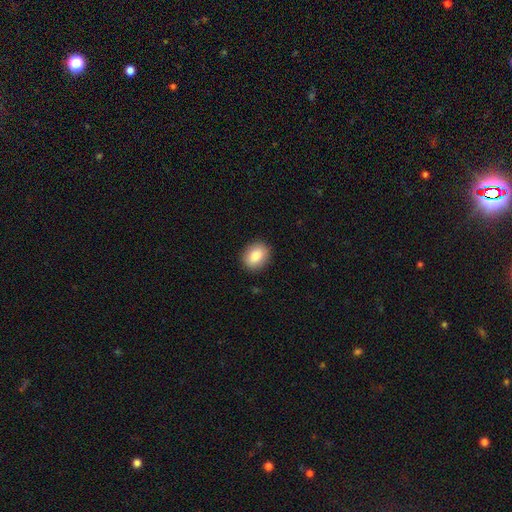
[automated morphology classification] A smooth galaxy with no disk features (86%) that is in between round and cigar-shaped (51%). Merging: none (88%).